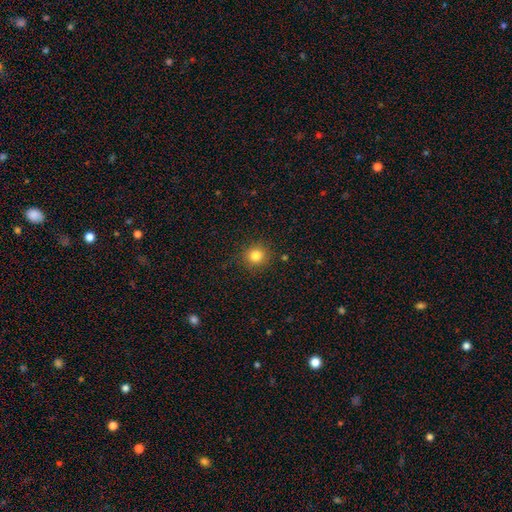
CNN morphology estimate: A smooth galaxy with no disk features (83%) that is round (91%).

Vote fractions:
- Smooth or featured? smooth: 83% / star or artifact: 12% / featured or disk: 5%
- How rounded? round: 91% / in between: 9% / cigar-shaped: 1%
- Merging? none: 89% / minor disturbance: 7% / major disturbance: 2% / merger: 1%